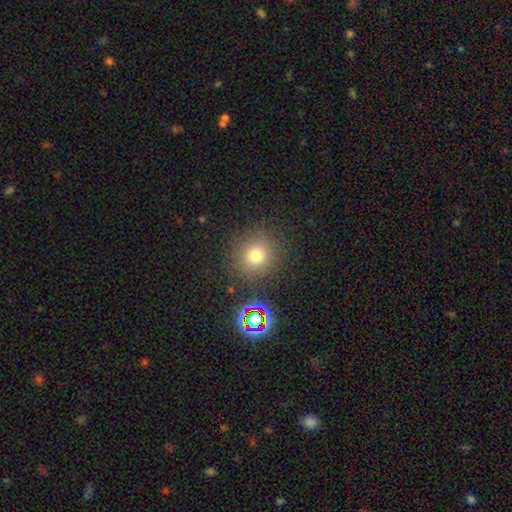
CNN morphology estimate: A smooth galaxy with no disk features (71%) that is round (91%).

Vote fractions:
- Smooth or featured? smooth: 71% / star or artifact: 21% / featured or disk: 9%
- How rounded? round: 91% / in between: 8% / cigar-shaped: 1%
- Merging? none: 85% / minor disturbance: 8% / major disturbance: 4% / merger: 3%